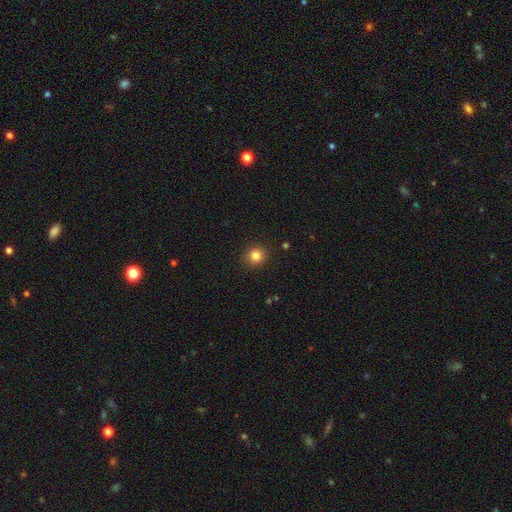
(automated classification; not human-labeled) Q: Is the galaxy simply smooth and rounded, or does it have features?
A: smooth — 83%.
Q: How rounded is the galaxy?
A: round — 90%.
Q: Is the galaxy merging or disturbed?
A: none — 91%.